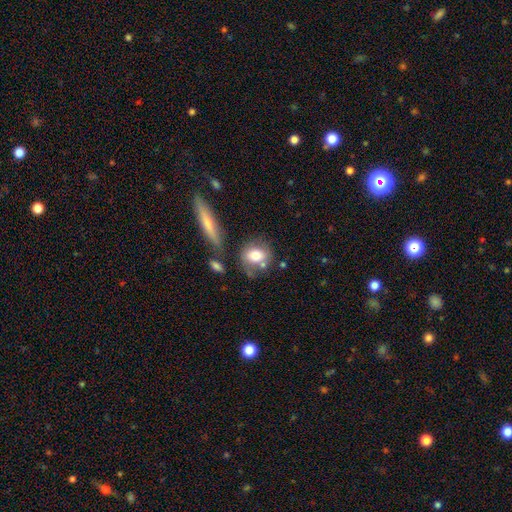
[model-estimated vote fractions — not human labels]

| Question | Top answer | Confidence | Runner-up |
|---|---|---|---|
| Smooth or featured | smooth | 74% | featured or disk (18%) |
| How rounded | round | 57% | in between (40%) |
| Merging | none | 59% | merger (17%) |